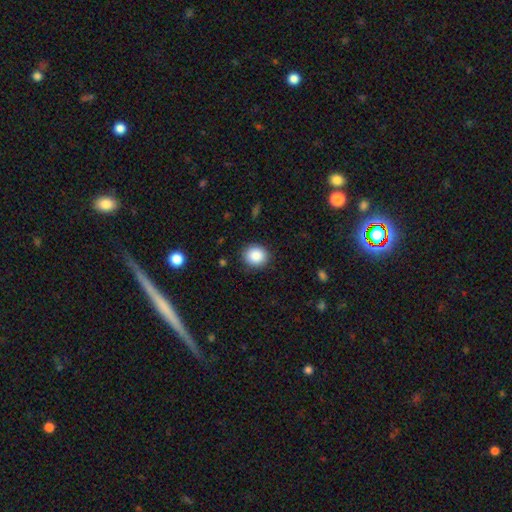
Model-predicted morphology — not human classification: smooth 88%, star or artifact 8%, featured or disk 4%. Down the decision tree: how rounded — round (80%); merging — none (89%).